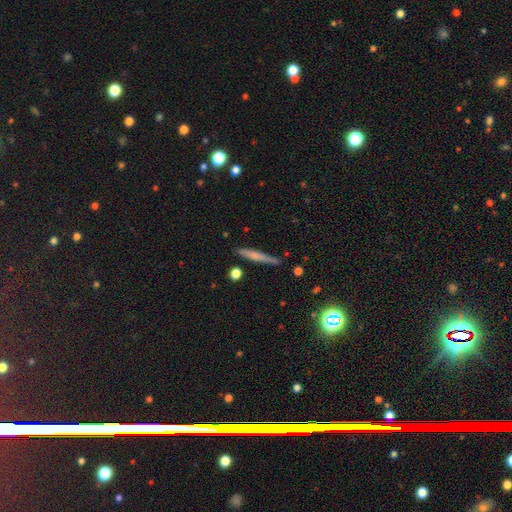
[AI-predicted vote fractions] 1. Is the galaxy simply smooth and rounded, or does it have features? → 54% smooth, 38% featured or disk, 8% star or artifact.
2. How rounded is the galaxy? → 94% cigar-shaped, 4% in between, 2% round.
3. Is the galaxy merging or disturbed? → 83% none, 12% minor disturbance, 2% merger, 2% major disturbance.